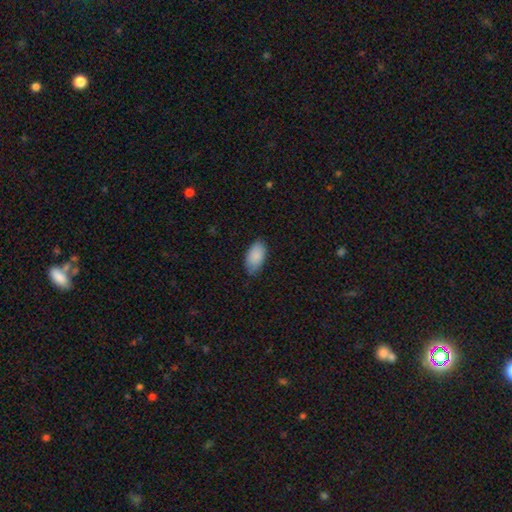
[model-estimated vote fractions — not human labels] A smooth galaxy with no disk features (89%) that is in between round and cigar-shaped (95%). Merging: none (77%).